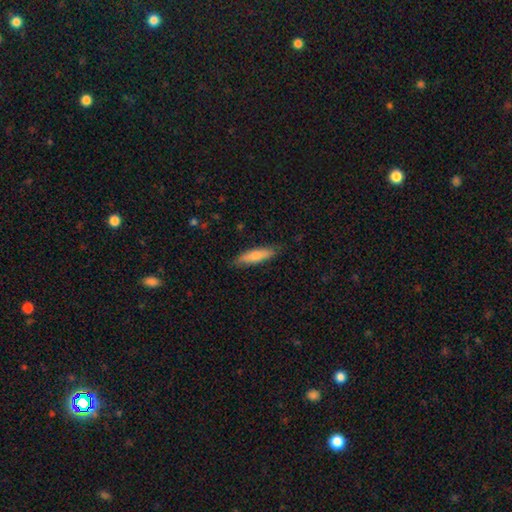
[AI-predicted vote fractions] Smooth or featured? smooth (72%)
How rounded? cigar-shaped (68%)
Merging? none (84%)